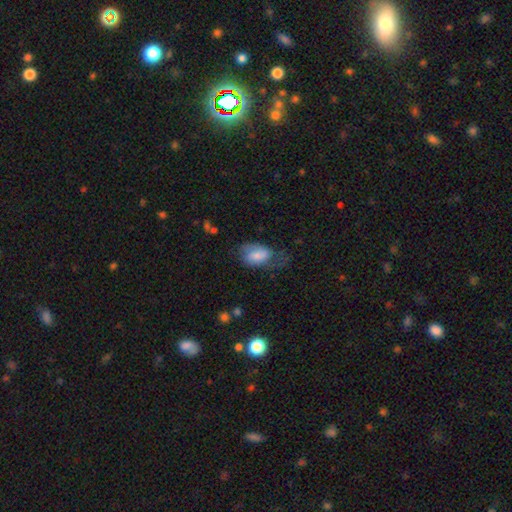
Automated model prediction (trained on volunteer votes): A smooth galaxy with no disk features (61%) that is in between round and cigar-shaped (88%). Merging: none (35%).